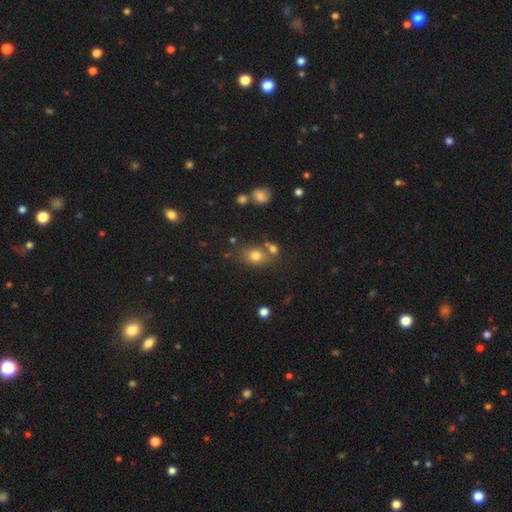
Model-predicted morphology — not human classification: Smooth or featured: smooth — 76% (star or artifact — 14%)
How rounded: in between — 51% (round — 47%)
Merging: none — 59% (merger — 22%)